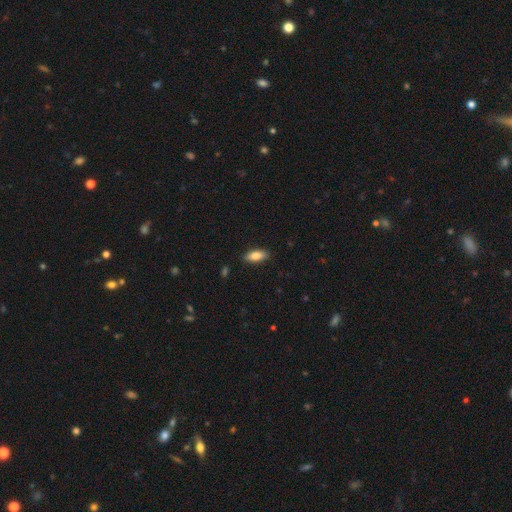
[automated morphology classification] smooth_or_featured: smooth (p=0.81) [alt: featured or disk p=0.12]
how_rounded: in between (p=0.81) [alt: cigar-shaped p=0.17]
merging: none (p=0.88) [alt: minor disturbance p=0.09]